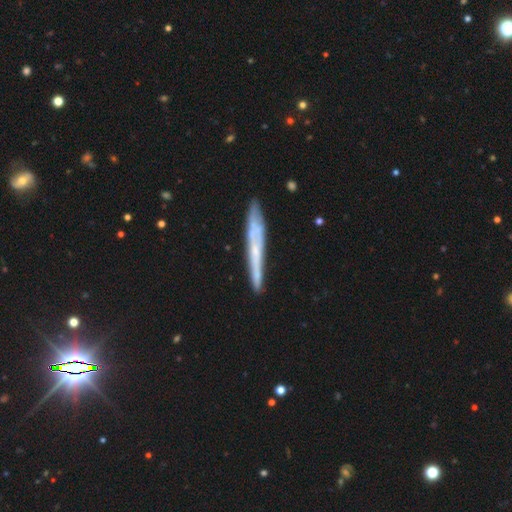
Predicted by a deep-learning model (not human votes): Q: Smooth or featured?
A: featured or disk (50%); runner-up: smooth (38%)
Q: Edge-on disk?
A: yes (87%); runner-up: no (13%)
Q: Merging?
A: none (81%); runner-up: minor disturbance (14%)